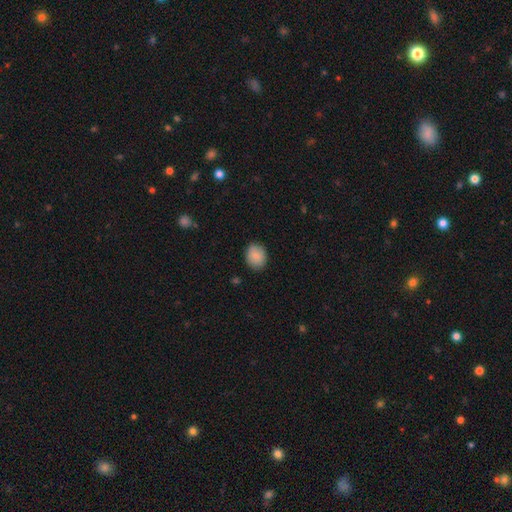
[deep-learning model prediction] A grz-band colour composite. It shows a smooth galaxy with no disk features (88%) that is round (54%). Merging: none (86%).